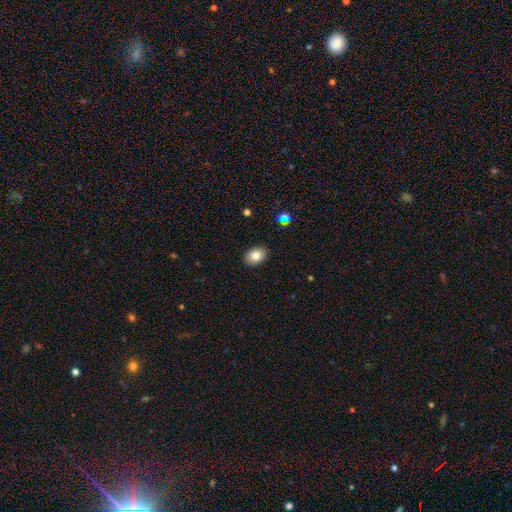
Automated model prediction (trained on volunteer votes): Q: Smooth or featured?
A: smooth (82%); runner-up: featured or disk (9%)
Q: How rounded?
A: in between (78%); runner-up: round (21%)
Q: Merging?
A: none (89%); runner-up: minor disturbance (8%)